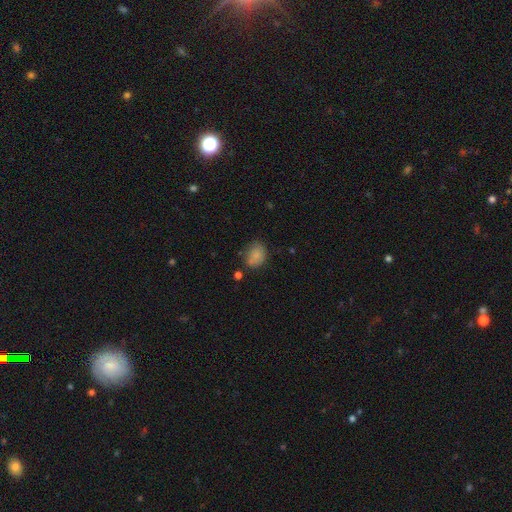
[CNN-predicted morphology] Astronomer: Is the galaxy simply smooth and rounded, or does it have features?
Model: smooth — 82%.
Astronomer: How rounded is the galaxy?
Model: in between — 63%.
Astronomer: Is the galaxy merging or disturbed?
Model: none — 63%.